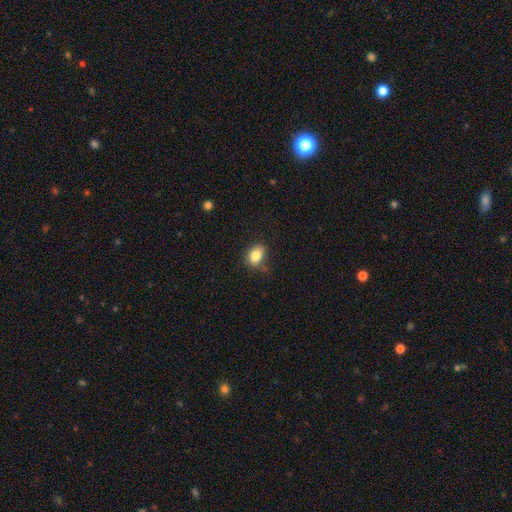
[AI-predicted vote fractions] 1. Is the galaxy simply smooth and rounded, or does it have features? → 83% smooth, 10% star or artifact, 8% featured or disk.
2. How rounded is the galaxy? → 63% in between, 36% round, 1% cigar-shaped.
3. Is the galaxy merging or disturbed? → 67% none, 24% minor disturbance, 6% major disturbance, 3% merger.